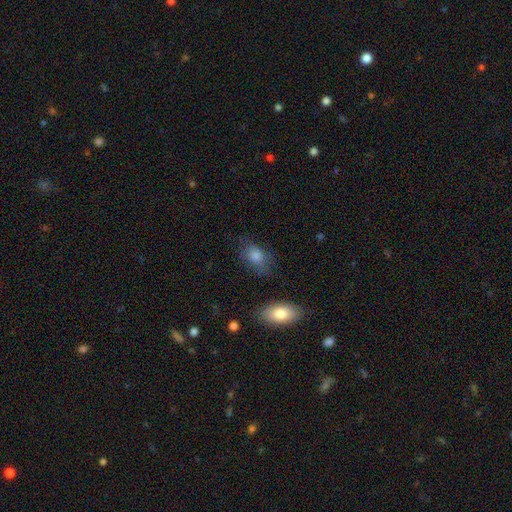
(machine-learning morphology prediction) Q: Smooth or featured?
A: smooth (77%); runner-up: featured or disk (12%)
Q: How rounded?
A: in between (79%); runner-up: round (19%)
Q: Merging?
A: none (69%); runner-up: minor disturbance (21%)